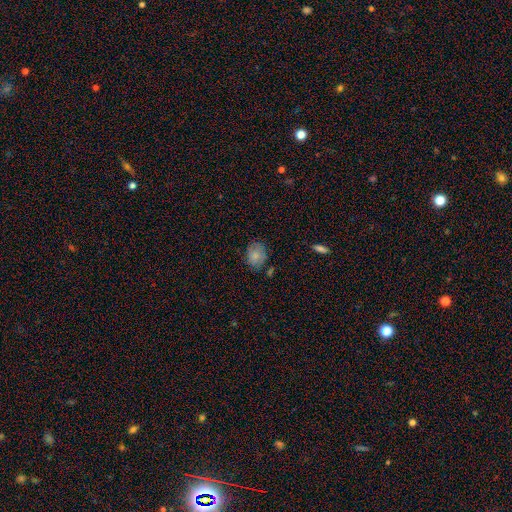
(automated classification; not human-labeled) Morphology: type=smooth (79%); roundness=in between (59%); merging=none (72%).